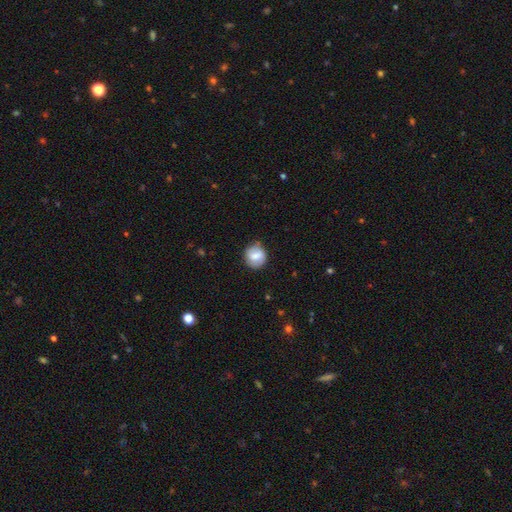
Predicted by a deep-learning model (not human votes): Q: Smooth or featured?
A: smooth (70%); runner-up: featured or disk (23%)
Q: How rounded?
A: round (82%); runner-up: in between (17%)
Q: Merging?
A: none (79%); runner-up: minor disturbance (16%)